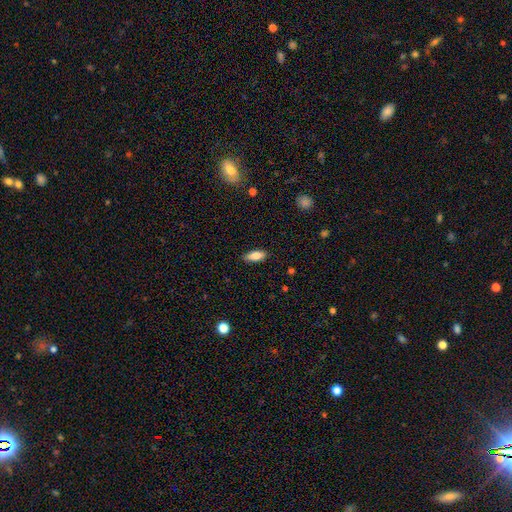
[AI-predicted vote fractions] A smooth galaxy with no disk features (83%) that is in between round and cigar-shaped (79%).

Vote fractions:
- Smooth or featured? smooth: 83% / featured or disk: 10% / star or artifact: 7%
- How rounded? in between: 79% / cigar-shaped: 19% / round: 2%
- Merging? none: 87% / minor disturbance: 10% / major disturbance: 2% / merger: 1%